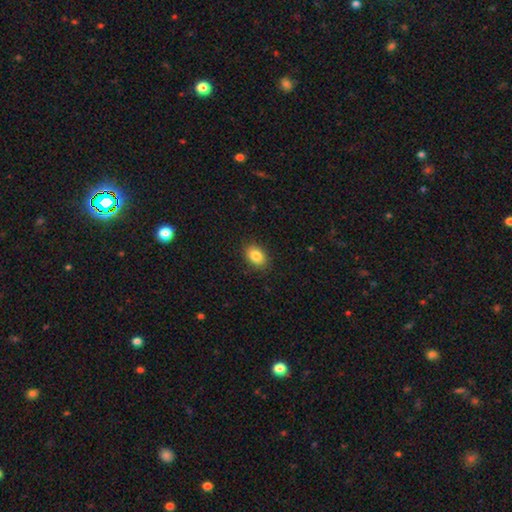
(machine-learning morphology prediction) This appears to be a smooth galaxy with no disk features (85%) that is in between round and cigar-shaped (76%). Merging: none (87%).